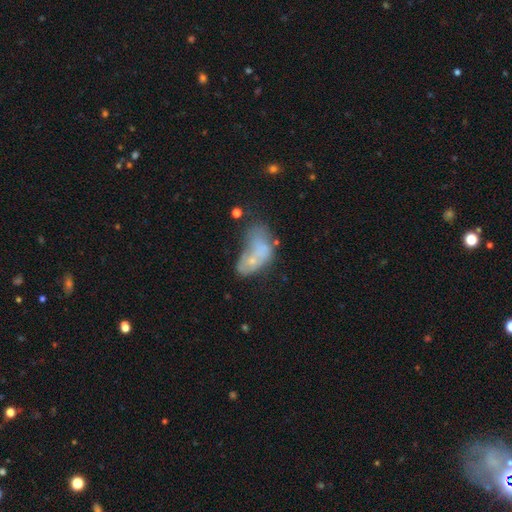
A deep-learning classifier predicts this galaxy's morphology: Smooth or featured? smooth (49%)
Merging? merger (38%)